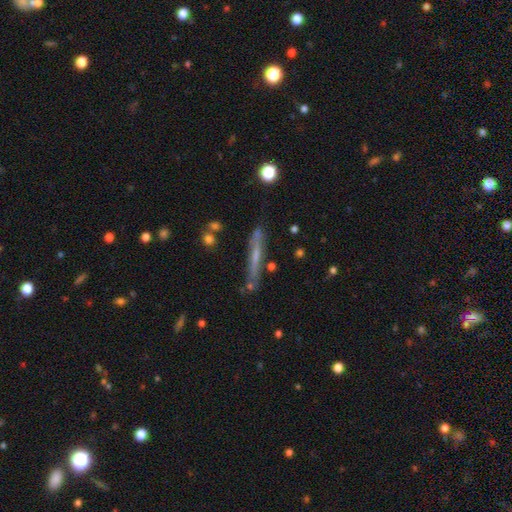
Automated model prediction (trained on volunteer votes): Q: Smooth or featured?
A: featured or disk (52%); runner-up: smooth (39%)
Q: Edge-on disk?
A: yes (89%); runner-up: no (11%)
Q: Merging?
A: none (76%); runner-up: minor disturbance (16%)